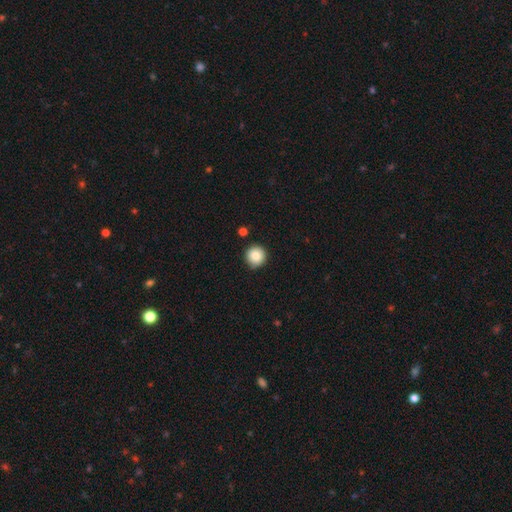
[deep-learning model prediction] Smooth or featured? smooth (85%)
How rounded? round (95%)
Merging? none (88%)